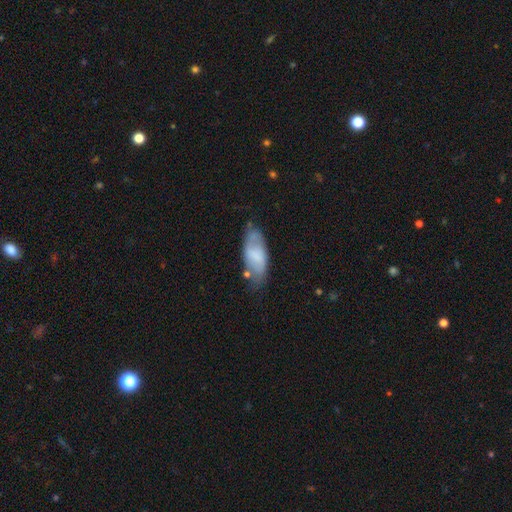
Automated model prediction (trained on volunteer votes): This is likely a smooth galaxy (63%). How rounded: clearly in between (81%). Merging: possibly none (60%).